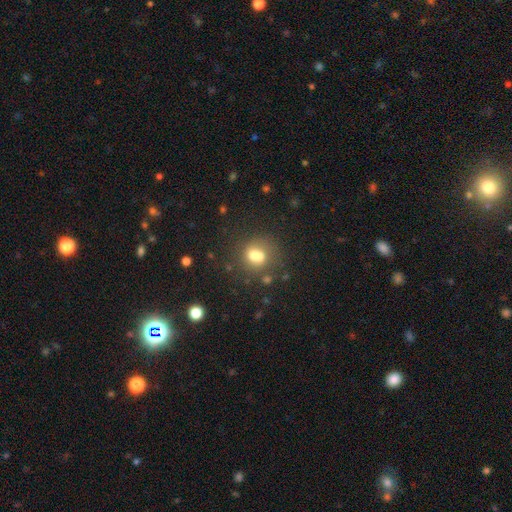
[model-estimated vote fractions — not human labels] Smooth or featured?
  - smooth: 64% *
  - featured or disk: 22%
  - star or artifact: 14%
How rounded?
  - round: 72% *
  - in between: 27%
  - cigar-shaped: 1%
Merging?
  - merger: 50% *
  - none: 35%
  - minor disturbance: 10%
  - major disturbance: 6%